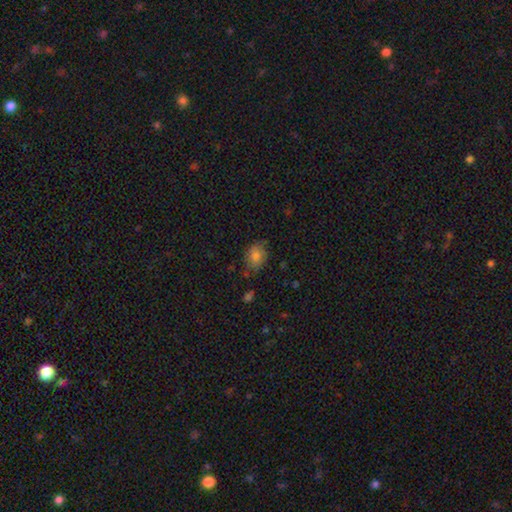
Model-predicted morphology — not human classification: Smooth or featured: smooth — 79% (featured or disk — 11%)
How rounded: in between — 64% (round — 35%)
Merging: none — 72% (minor disturbance — 21%)